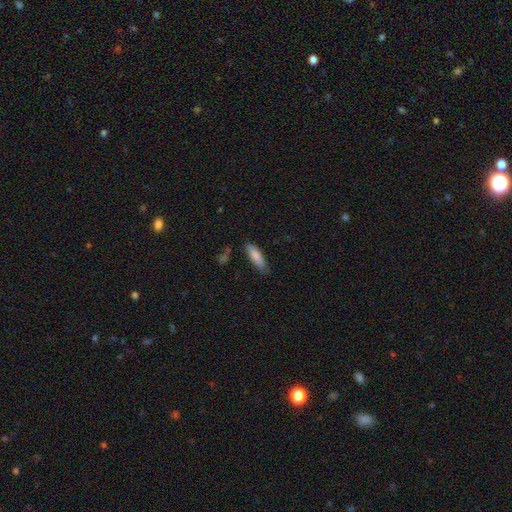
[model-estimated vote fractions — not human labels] Smooth or featured? smooth (82%)
How rounded? cigar-shaped (51%)
Merging? none (71%)